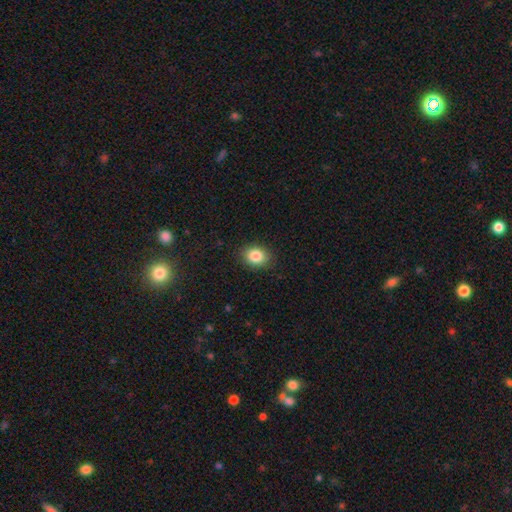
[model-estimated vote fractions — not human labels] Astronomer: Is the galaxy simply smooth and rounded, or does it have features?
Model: smooth — 85%.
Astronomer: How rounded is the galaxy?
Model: in between — 52% (runner-up: round, 48%).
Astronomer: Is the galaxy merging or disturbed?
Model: none — 87%.